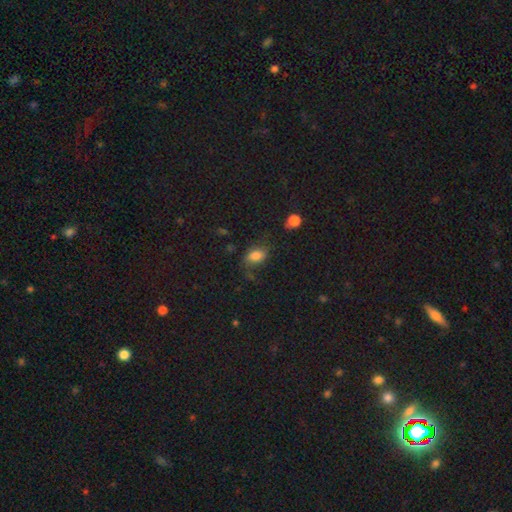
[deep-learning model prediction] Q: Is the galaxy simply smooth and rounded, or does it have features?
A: smooth — 74%.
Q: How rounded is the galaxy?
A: in between — 81%.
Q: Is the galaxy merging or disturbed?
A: none — 55%.